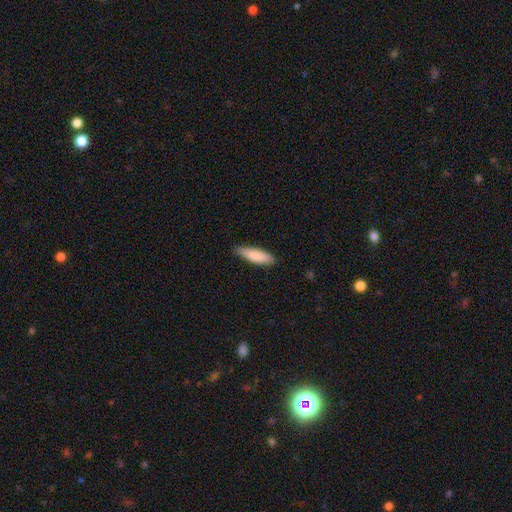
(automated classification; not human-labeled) A smooth galaxy with no disk features (85%) that is cigar-shaped (57%).

Vote fractions:
- Smooth or featured? smooth: 85% / featured or disk: 10% / star or artifact: 5%
- How rounded? cigar-shaped: 57% / in between: 41% / round: 1%
- Merging? none: 83% / minor disturbance: 14% / major disturbance: 2% / merger: 1%